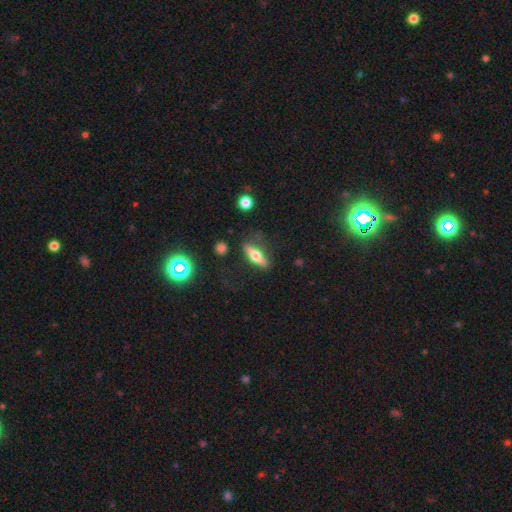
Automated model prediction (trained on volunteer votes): The model was most divided on "smooth or featured": featured or disk: 49%, smooth: 44%, star or artifact: 7%. More confident: merging — none (75%).